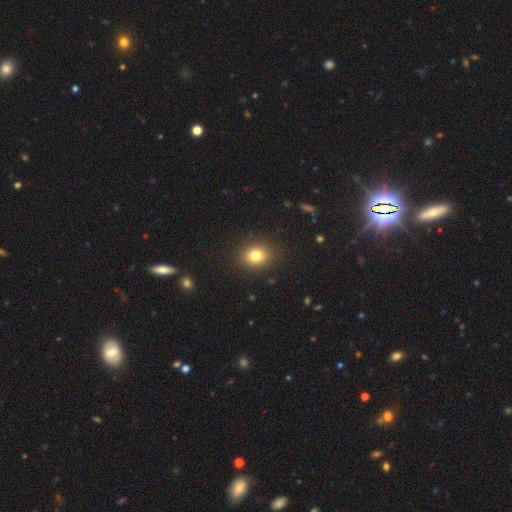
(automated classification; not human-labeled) Smooth or featured? smooth (80%)
How rounded? round (58%)
Merging? none (89%)